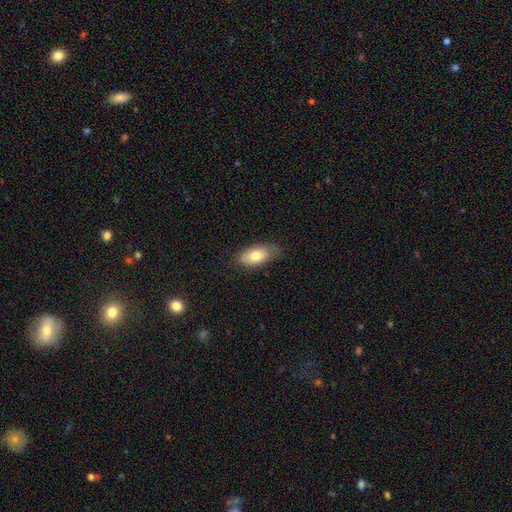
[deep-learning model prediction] This is likely a smooth galaxy (76%). How rounded: clearly in between (91%). Merging: likely none (71%).